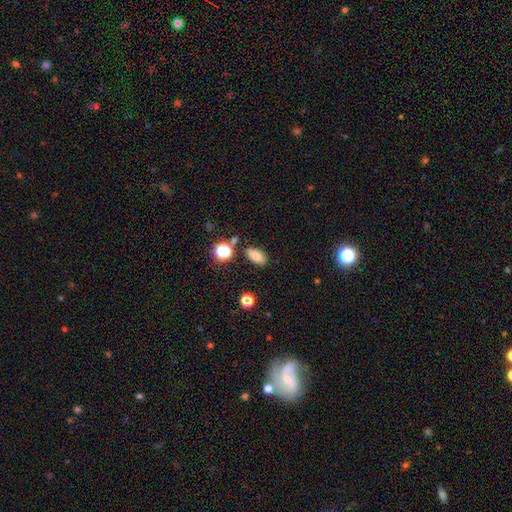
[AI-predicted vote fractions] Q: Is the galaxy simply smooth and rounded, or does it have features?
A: smooth — 79%.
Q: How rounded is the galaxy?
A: in between — 86%.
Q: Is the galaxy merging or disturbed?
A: none — 83%.